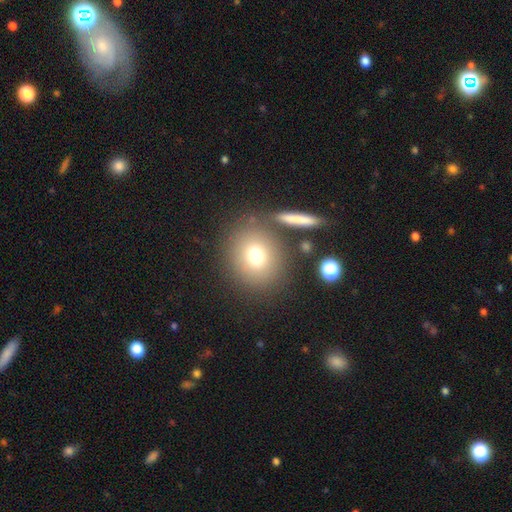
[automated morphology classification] smooth_or_featured: smooth (p=0.73) [alt: star or artifact p=0.14]
how_rounded: round (p=0.78) [alt: in between p=0.21]
merging: none (p=0.77) [alt: minor disturbance p=0.10]